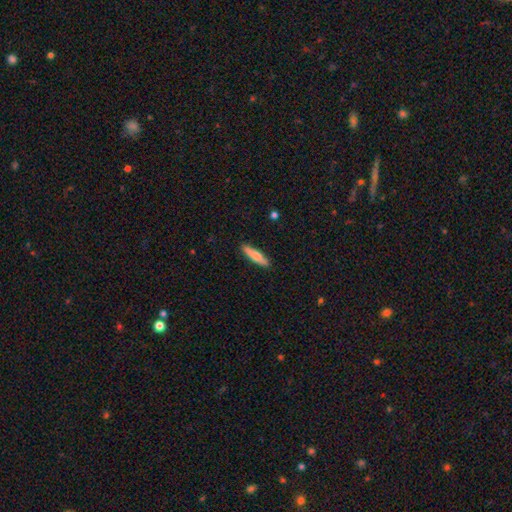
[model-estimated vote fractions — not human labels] Smooth or featured? smooth (72%)
How rounded? cigar-shaped (82%)
Merging? none (89%)